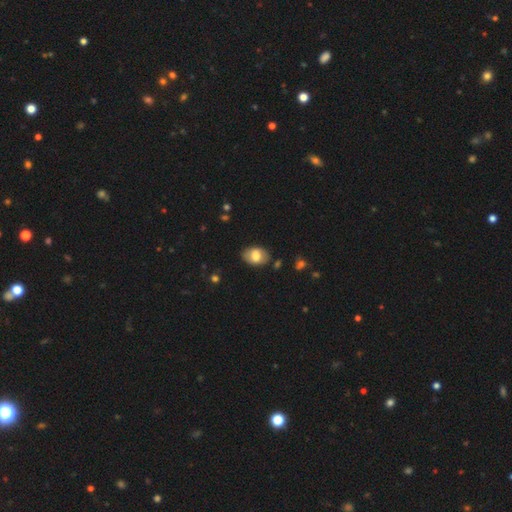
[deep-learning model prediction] Smooth or featured? Predicted: smooth (p=0.71). How rounded? Predicted: in between (p=0.85). Merging? Predicted: none (p=0.81).